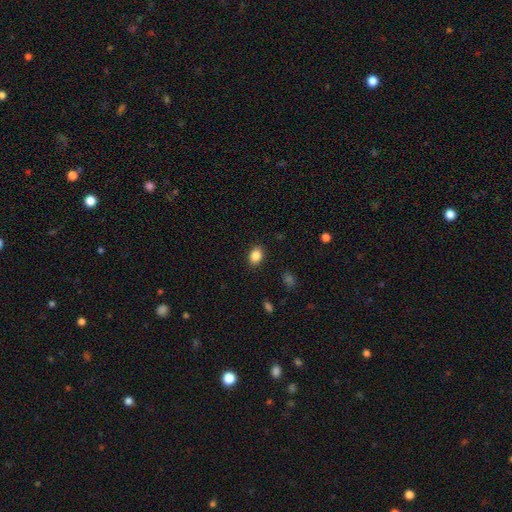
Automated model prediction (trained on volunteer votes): Q: Smooth or featured?
A: smooth (86%); runner-up: star or artifact (9%)
Q: How rounded?
A: in between (69%); runner-up: round (30%)
Q: Merging?
A: none (88%); runner-up: minor disturbance (8%)